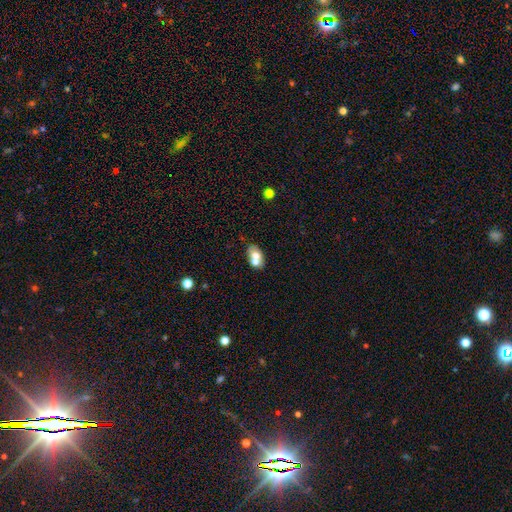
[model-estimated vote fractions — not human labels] Smooth or featured?
  - smooth: 62% *
  - featured or disk: 28%
  - star or artifact: 10%
How rounded?
  - in between: 80% *
  - round: 18%
  - cigar-shaped: 2%
Merging?
  - none: 46% *
  - merger: 40%
  - minor disturbance: 11%
  - major disturbance: 4%